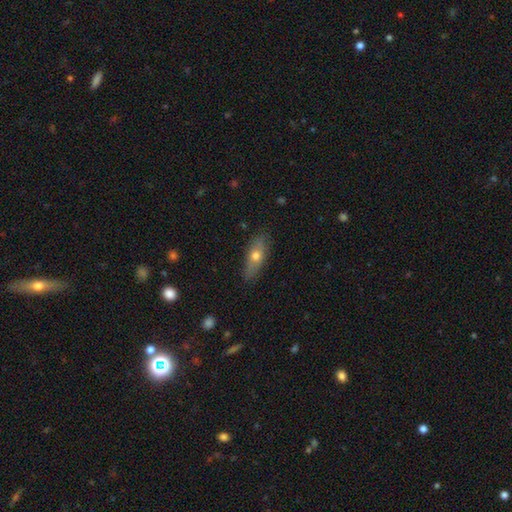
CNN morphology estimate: smooth 55%, featured or disk 38%, star or artifact 7%. Down the decision tree: how rounded — in between (58%); merging — none (83%).